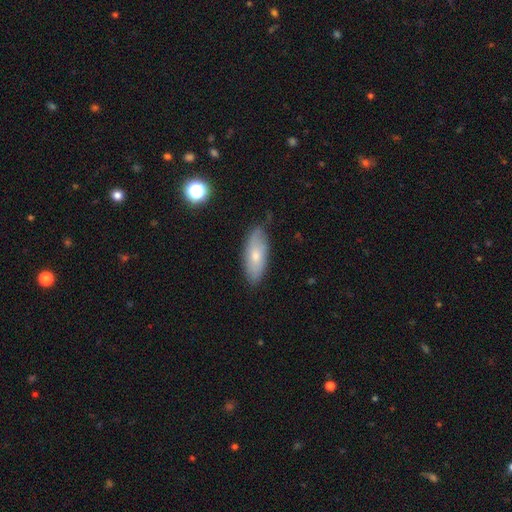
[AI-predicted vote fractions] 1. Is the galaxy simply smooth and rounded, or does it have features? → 67% smooth, 26% featured or disk, 7% star or artifact.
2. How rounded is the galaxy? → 79% in between, 18% cigar-shaped, 3% round.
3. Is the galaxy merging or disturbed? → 78% none, 17% minor disturbance, 3% major disturbance, 1% merger.